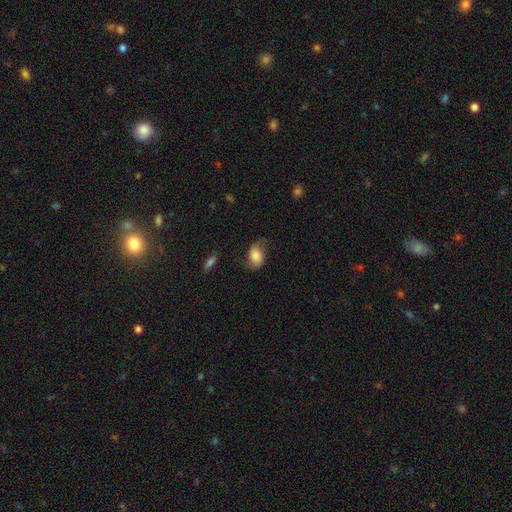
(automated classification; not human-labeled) smooth-or-featured: smooth: 62% | featured or disk: 29% | star or artifact: 9%
  how-rounded: in between: 81% | round: 18% | cigar-shaped: 2%
  merging: none: 50% | minor disturbance: 31% | major disturbance: 17% | merger: 2%